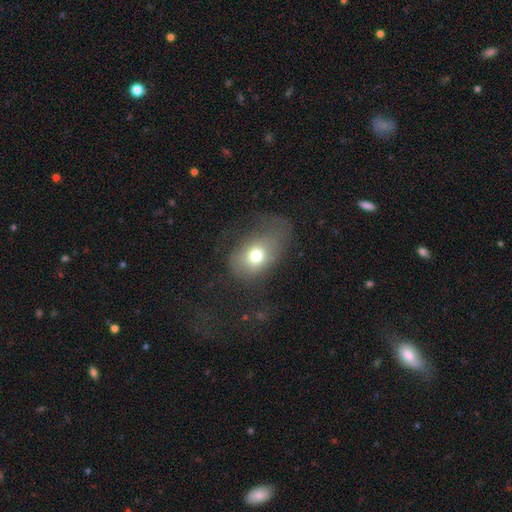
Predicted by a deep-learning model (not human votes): A smooth galaxy with no disk features (69%) that is in between round and cigar-shaped (67%). Merging: none (38%).